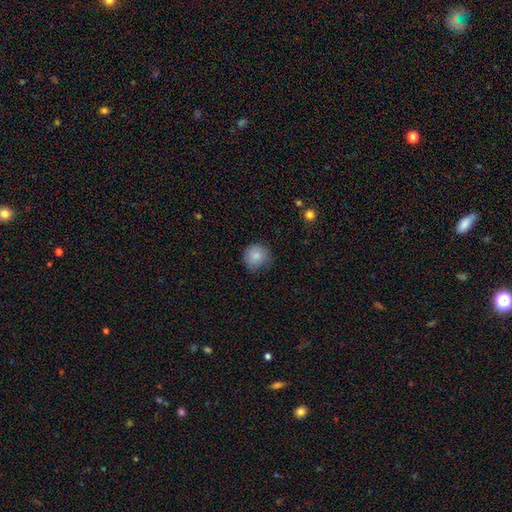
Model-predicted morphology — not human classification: Overall: smooth (85%). How rounded: round (89%). Merging: none (73%).